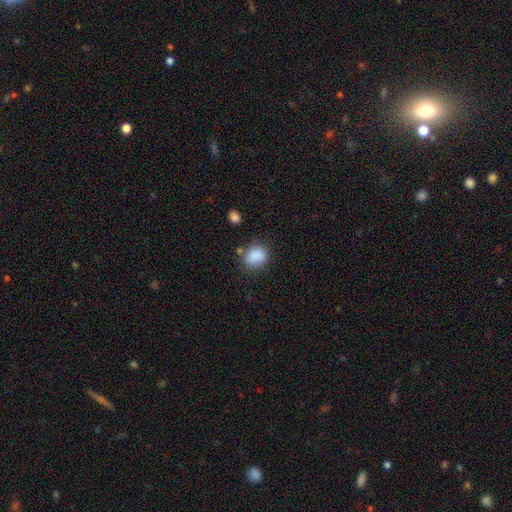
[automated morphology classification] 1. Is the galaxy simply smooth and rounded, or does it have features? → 86% smooth, 9% star or artifact, 5% featured or disk.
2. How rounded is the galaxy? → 51% round, 48% in between, 1% cigar-shaped.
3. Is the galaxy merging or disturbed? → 67% none, 21% minor disturbance, 6% merger, 6% major disturbance.